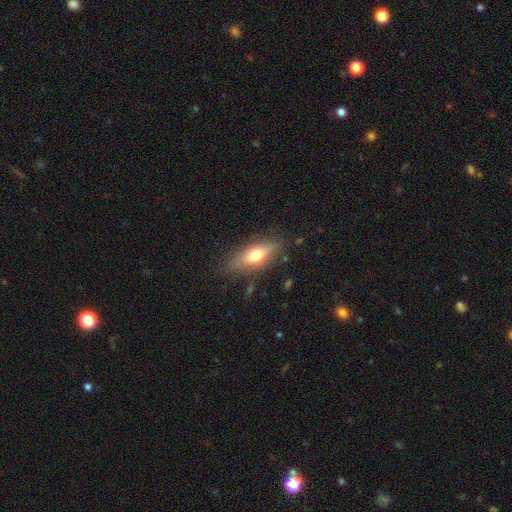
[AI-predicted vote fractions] A smooth galaxy with no disk features (60%) that is in between round and cigar-shaped (65%). Merging: none (77%).